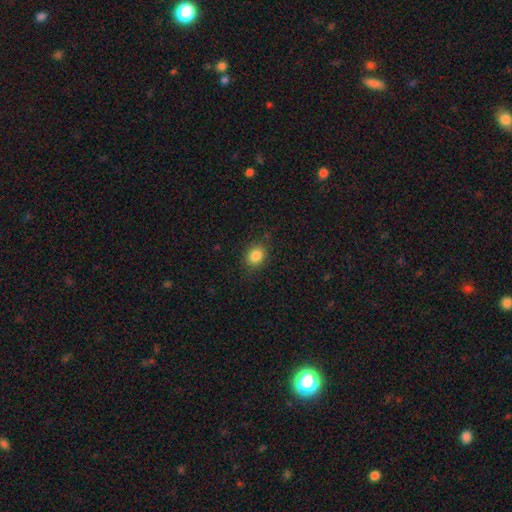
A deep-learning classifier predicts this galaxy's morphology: type=smooth (85%); roundness=round (57%); merging=none (85%).